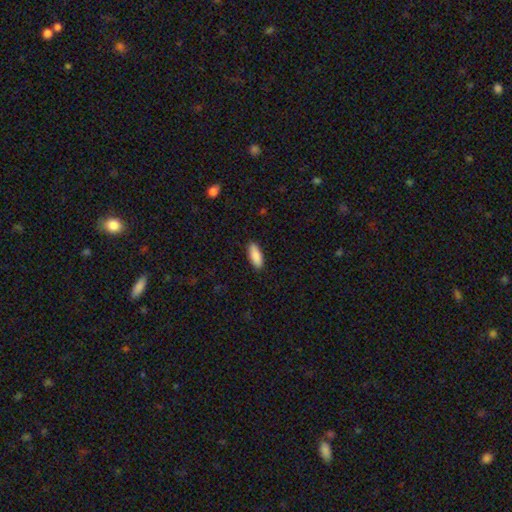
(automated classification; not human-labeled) Smooth or featured: smooth — 89% (star or artifact — 6%)
How rounded: in between — 80% (cigar-shaped — 19%)
Merging: none — 89% (minor disturbance — 8%)